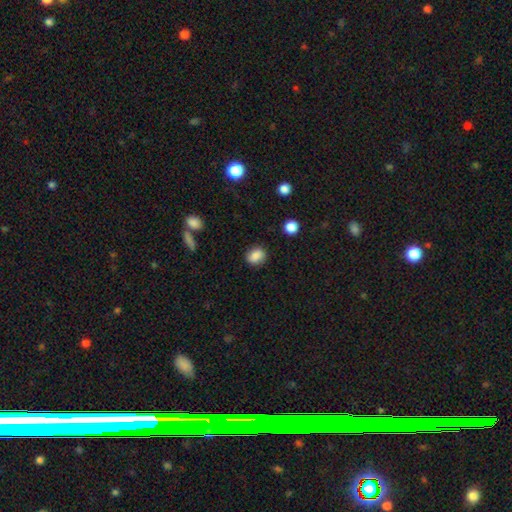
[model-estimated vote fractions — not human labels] A smooth galaxy with no disk features (84%) that is round (54%). Merging: none (84%).